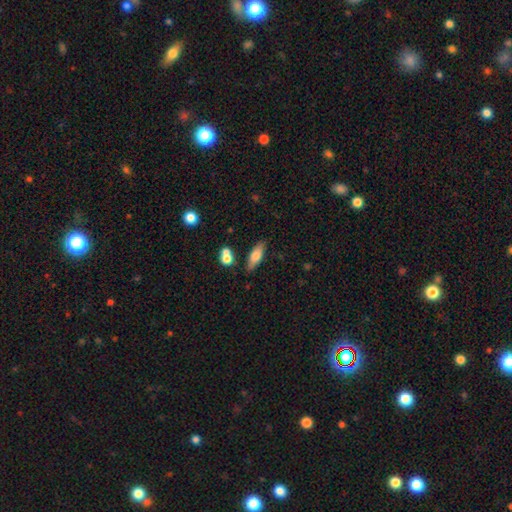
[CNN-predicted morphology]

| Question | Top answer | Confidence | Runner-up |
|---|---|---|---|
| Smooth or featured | smooth | 70% | featured or disk (23%) |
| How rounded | in between | 62% | cigar-shaped (35%) |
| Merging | none | 75% | minor disturbance (13%) |